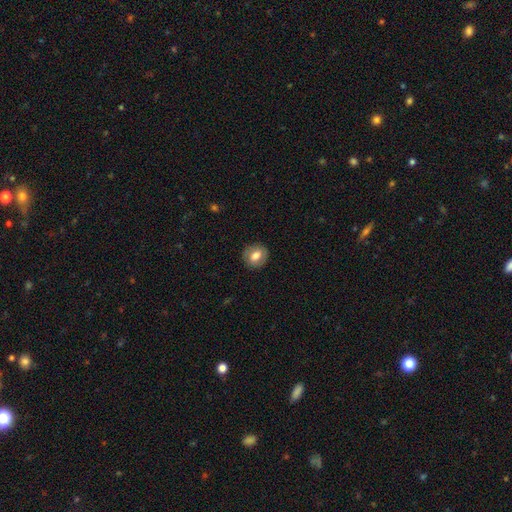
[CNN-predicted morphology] This appears to be a smooth galaxy with no disk features (70%) that is round (68%). Merging: none (86%).